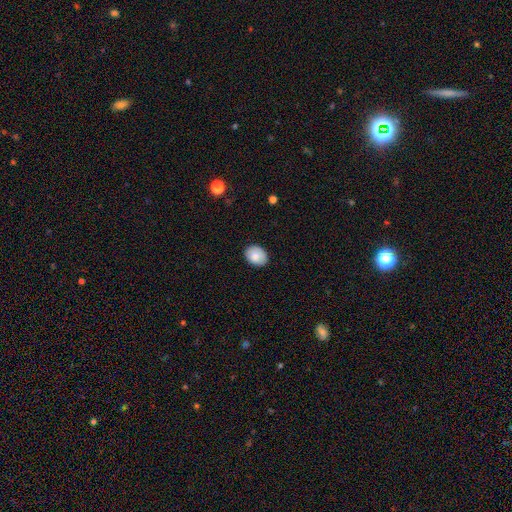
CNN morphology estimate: Q: Smooth or featured?
A: smooth (84%); runner-up: featured or disk (8%)
Q: How rounded?
A: in between (62%); runner-up: round (37%)
Q: Merging?
A: none (86%); runner-up: minor disturbance (11%)